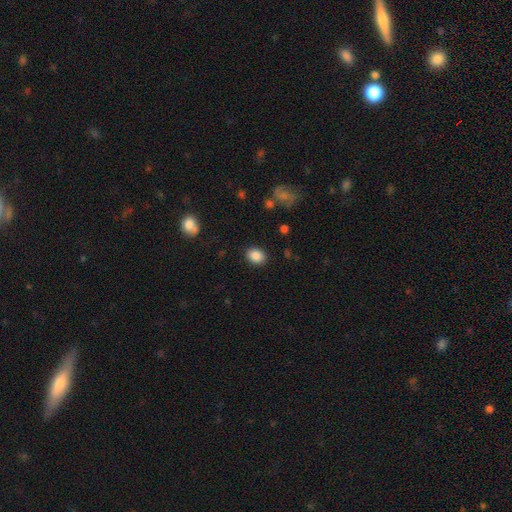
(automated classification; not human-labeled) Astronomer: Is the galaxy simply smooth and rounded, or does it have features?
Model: smooth — 87%.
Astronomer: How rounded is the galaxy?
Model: in between — 60% (runner-up: round, 39%).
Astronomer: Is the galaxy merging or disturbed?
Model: none — 87%.